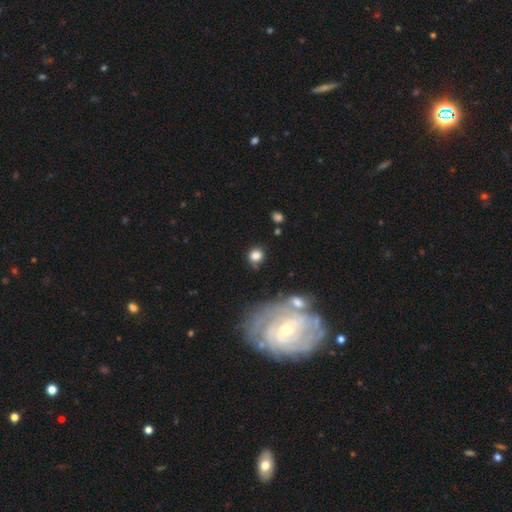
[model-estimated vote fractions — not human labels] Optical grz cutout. It shows a smooth galaxy with no disk features (78%) that is round (83%). Merging: none (75%).